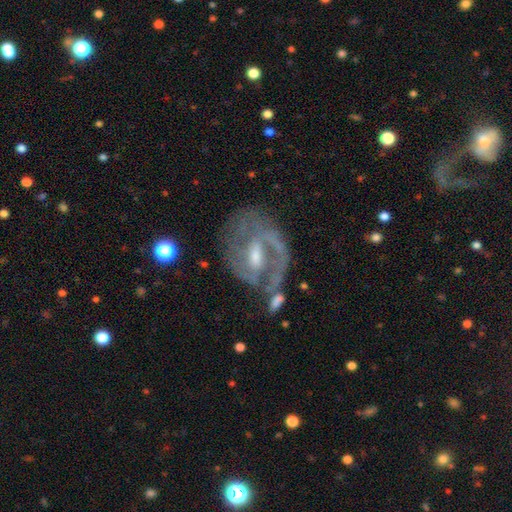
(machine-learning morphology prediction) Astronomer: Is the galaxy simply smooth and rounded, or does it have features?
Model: featured or disk — 84%.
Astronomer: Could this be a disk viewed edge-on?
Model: no — 96%.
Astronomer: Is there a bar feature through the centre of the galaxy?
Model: weak — 53% (runner-up: strong, 29%).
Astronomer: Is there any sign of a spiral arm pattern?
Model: yes — 87%.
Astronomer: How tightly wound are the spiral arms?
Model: medium — 45% (runner-up: tight, 40%).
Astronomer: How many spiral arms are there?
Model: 2 — 60%.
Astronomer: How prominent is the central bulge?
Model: moderate — 49% (runner-up: small, 38%).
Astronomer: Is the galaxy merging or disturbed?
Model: none — 52%.